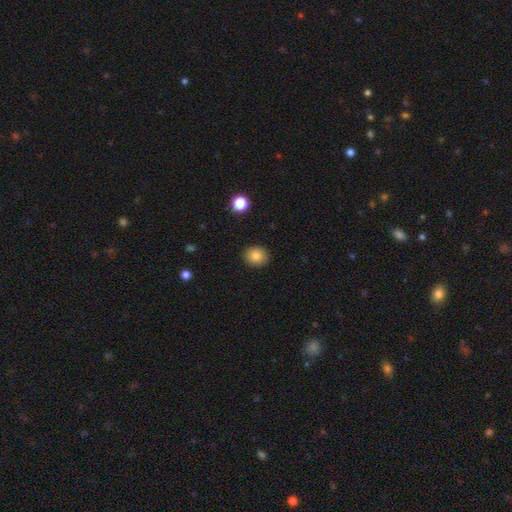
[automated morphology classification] A smooth galaxy with no disk features (84%) that is round (71%). Merging: none (90%).